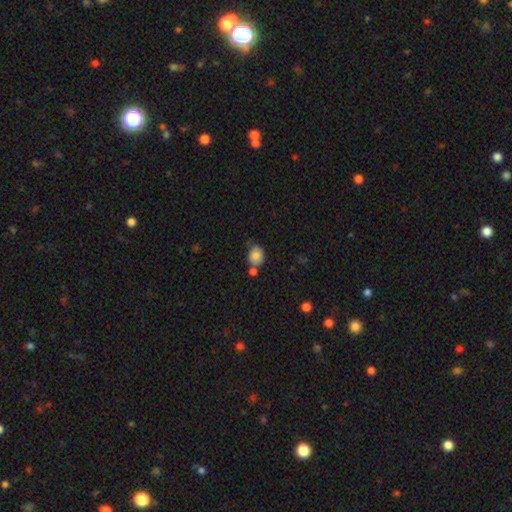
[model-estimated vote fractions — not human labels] This is clearly a smooth galaxy (81%). How rounded: possibly round (54%). Merging: possibly none (59%).